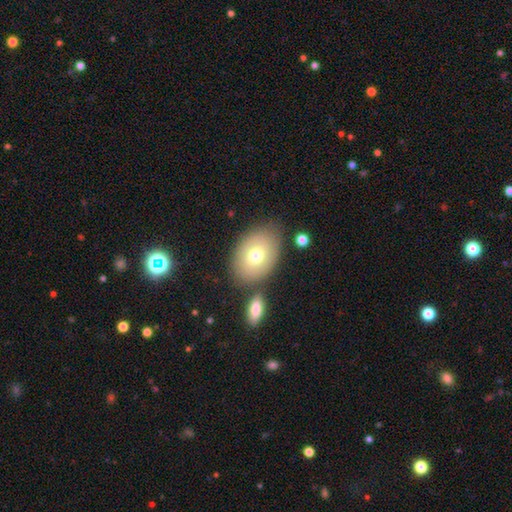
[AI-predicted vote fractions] Overall: smooth (72%). How rounded: in between (79%). Merging: none (71%).